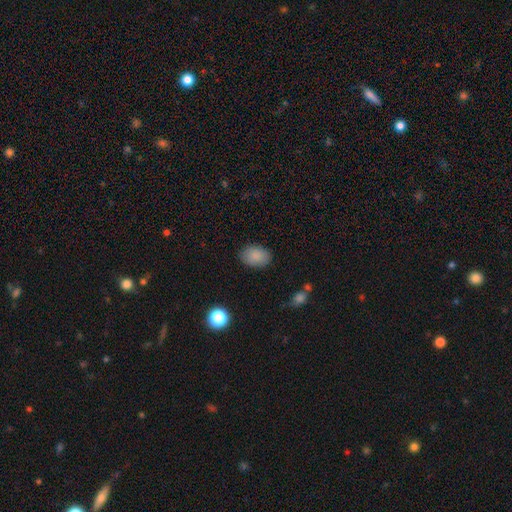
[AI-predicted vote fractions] This is clearly a smooth galaxy (87%). How rounded: clearly in between (84%). Merging: clearly none (85%).